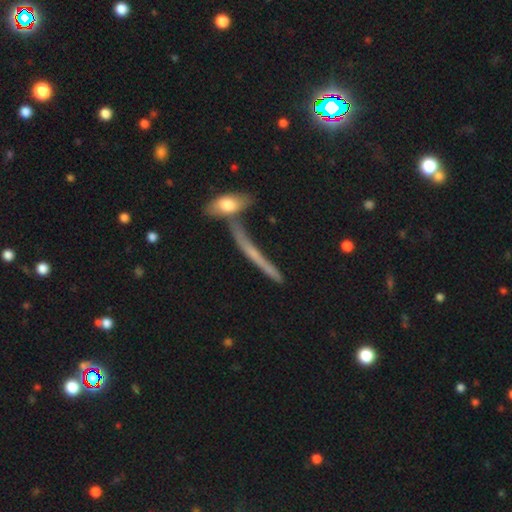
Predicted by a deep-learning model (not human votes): Smooth or featured?
  - featured or disk: 52% *
  - smooth: 35%
  - star or artifact: 14%
Edge-on disk?
  - yes: 89% *
  - no: 11%
Merging?
  - none: 62% *
  - merger: 17%
  - minor disturbance: 14%
  - major disturbance: 7%